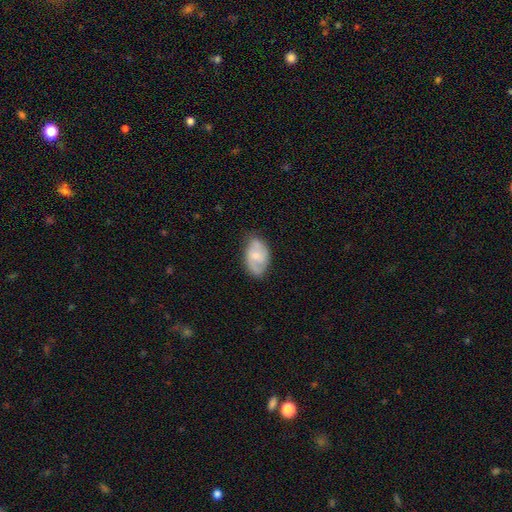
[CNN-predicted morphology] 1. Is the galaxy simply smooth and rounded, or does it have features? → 53% featured or disk, 40% smooth, 6% star or artifact.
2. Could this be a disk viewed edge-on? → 96% no, 4% yes.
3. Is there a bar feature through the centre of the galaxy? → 62% no, 32% weak, 6% strong.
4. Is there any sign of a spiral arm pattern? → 79% yes, 21% no.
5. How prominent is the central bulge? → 51% small, 43% moderate, 4% none, 2% large, 1% dominant.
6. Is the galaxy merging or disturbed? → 67% none, 26% minor disturbance, 6% major disturbance, 2% merger.